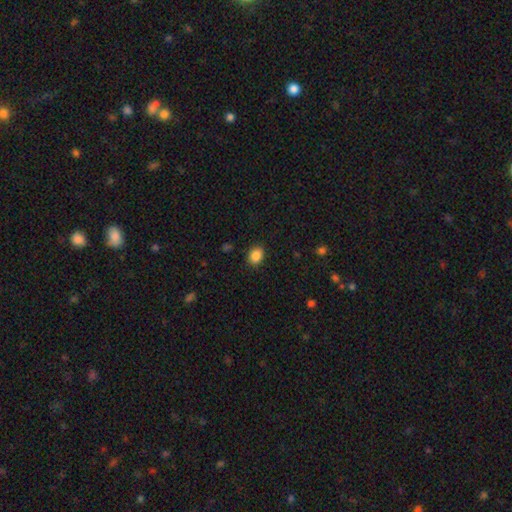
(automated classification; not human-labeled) Smooth or featured?
  - smooth: 87% *
  - star or artifact: 9%
  - featured or disk: 4%
How rounded?
  - in between: 59% *
  - round: 40%
  - cigar-shaped: 1%
Merging?
  - none: 88% *
  - minor disturbance: 8%
  - major disturbance: 2%
  - merger: 1%